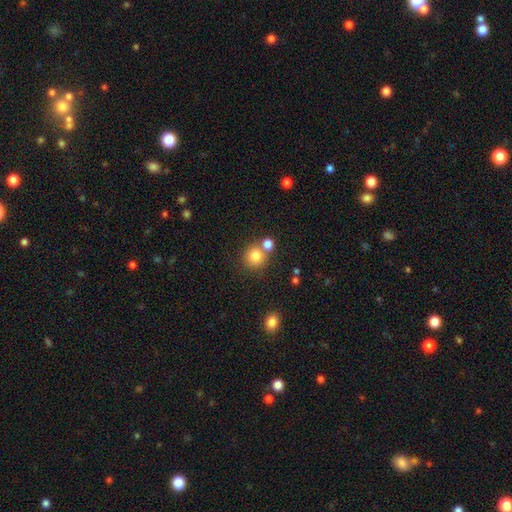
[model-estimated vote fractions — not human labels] Smooth or featured? Predicted: smooth (p=0.81). How rounded? Predicted: round (p=0.90). Merging? Predicted: none (p=0.65).